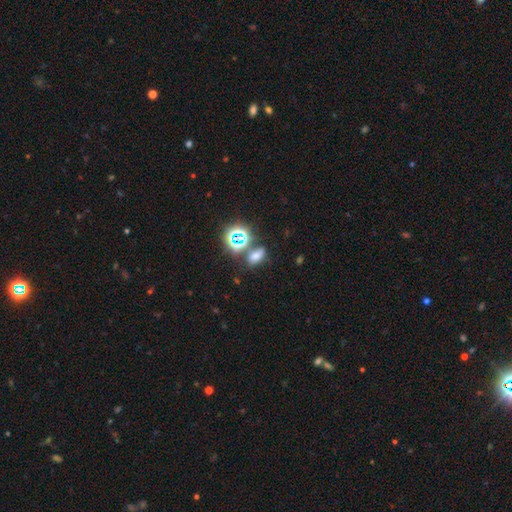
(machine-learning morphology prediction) A smooth galaxy with no disk features (64%) that is in between round and cigar-shaped (78%). Merging: none (66%).